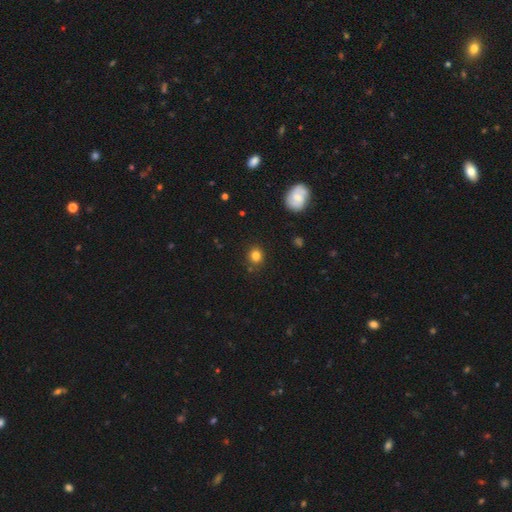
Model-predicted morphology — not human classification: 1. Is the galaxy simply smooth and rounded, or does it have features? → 82% smooth, 12% star or artifact, 6% featured or disk.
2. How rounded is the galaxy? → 85% round, 14% in between, 1% cigar-shaped.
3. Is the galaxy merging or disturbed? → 87% none, 9% minor disturbance, 2% merger, 2% major disturbance.